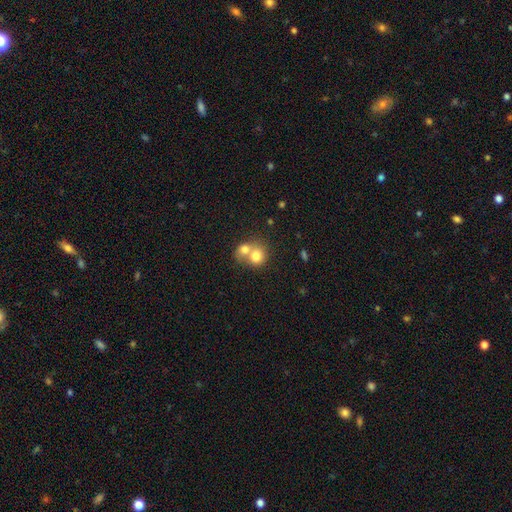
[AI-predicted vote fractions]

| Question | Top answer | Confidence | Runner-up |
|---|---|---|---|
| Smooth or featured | smooth | 74% | featured or disk (17%) |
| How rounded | round | 73% | in between (27%) |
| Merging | merger | 69% | none (23%) |